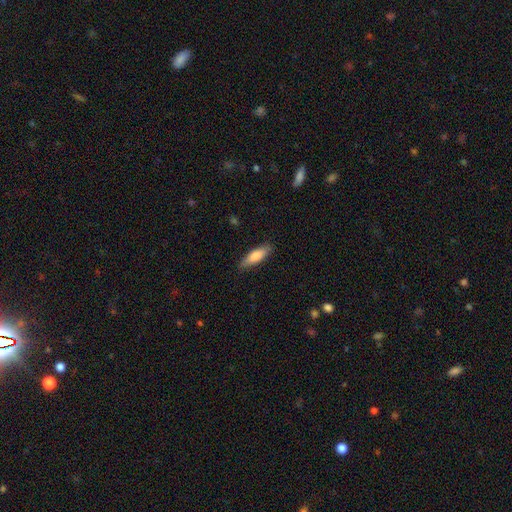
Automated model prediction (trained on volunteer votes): smooth_or_featured: smooth (p=0.79) [alt: featured or disk p=0.15]
how_rounded: in between (p=0.49) [tied with: cigar-shaped p=0.49]
merging: none (p=0.85) [alt: minor disturbance p=0.12]